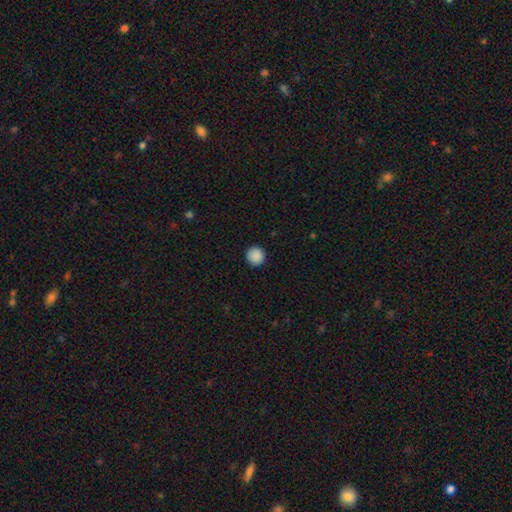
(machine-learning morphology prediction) smooth 90%, star or artifact 8%, featured or disk 2%. Down the decision tree: how rounded — round (95%); merging — none (92%).